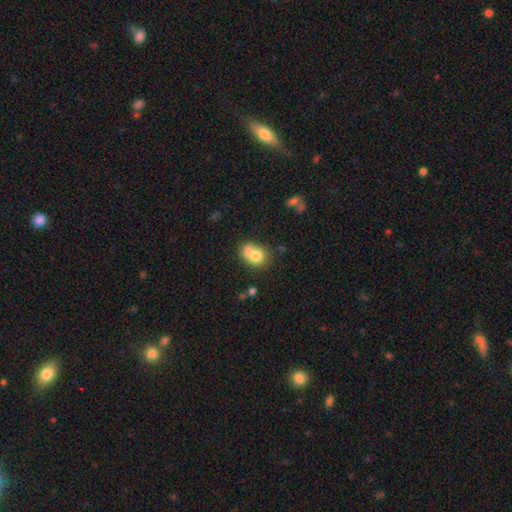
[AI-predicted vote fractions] Smooth or featured? Predicted: smooth (p=0.74). How rounded? Predicted: round (p=0.60). Merging? Predicted: merger (p=0.43).